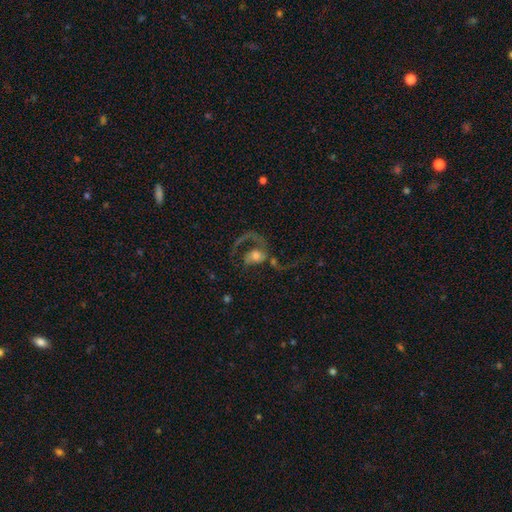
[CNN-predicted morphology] smooth-or-featured: featured or disk: 74% | smooth: 17% | star or artifact: 9%
  disk-edge-on: no: 97% | yes: 3%
    bar: no: 66% | weak: 26% | strong: 8%
    has-spiral-arms: yes: 86% | no: 14%
      spiral-winding: loose: 59% | medium: 33% | tight: 8%
      spiral-arm-count: 1: 47% | 2: 41% | can't tell: 5% | 3: 4% | 4: 2% | more than 4: 2%
    bulge-size: moderate: 50% | large: 23% | small: 17% | none: 6% | dominant: 4%
  merging: major disturbance: 40% | none: 33% | merger: 16% | minor disturbance: 12%